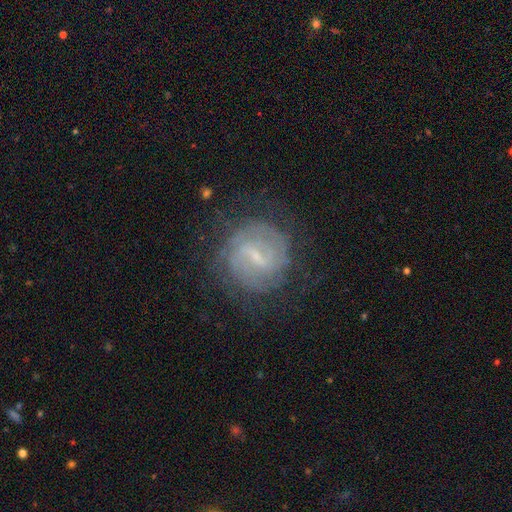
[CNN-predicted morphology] A featured or disk galaxy (79%) with a weak bar (55%), can't tell (40%, tied with 2) tight (59%) spiral arms (88%) and a small central bulge (68%).

Vote fractions:
- Smooth or featured? featured or disk: 79% / smooth: 13% / star or artifact: 8%
- Edge-on disk? no: 97% / yes: 3%
- Bar? weak: 55% / strong: 33% / no: 12%
- Spiral arms? yes: 88% / no: 12%
- Spiral winding? tight: 59% / medium: 31% / loose: 10%
- Spiral arm count? can't tell: 40% (tied) / 2: 40% (tied) / 3: 9% / 4: 5% / 1: 4% / more than 4: 3%
- Bulge size? small: 68% / moderate: 17% / none: 13% / large: 1% / dominant: 1%
- Merging? none: 74% / minor disturbance: 15% / major disturbance: 9% / merger: 1%